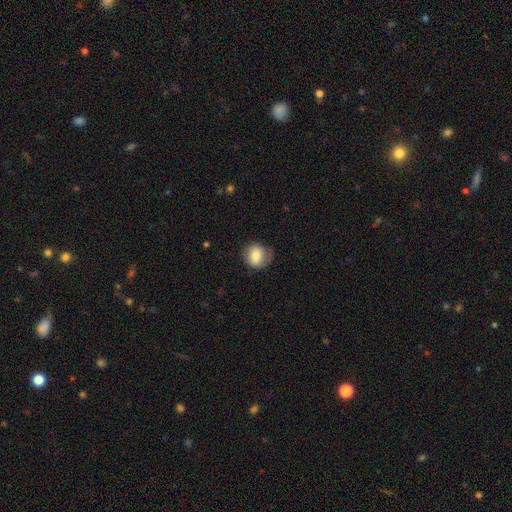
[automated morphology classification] The model was most divided on "merging": none: 65%, minor disturbance: 24%, major disturbance: 10%, merger: 1%. More confident: how rounded — round (78%); smooth or featured — smooth (73%).